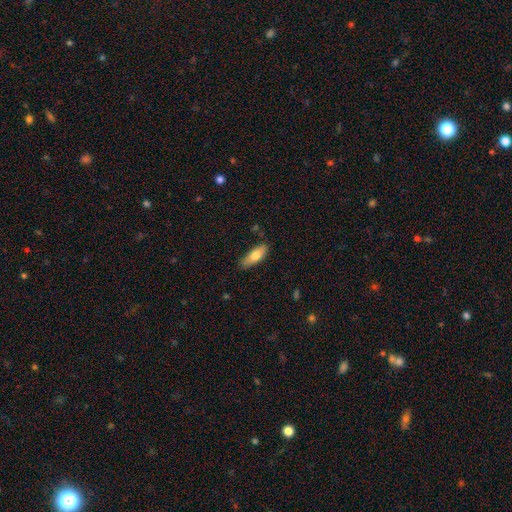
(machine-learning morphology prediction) A smooth galaxy with no disk features (74%) that is in between round and cigar-shaped (67%). Merging: none (82%).